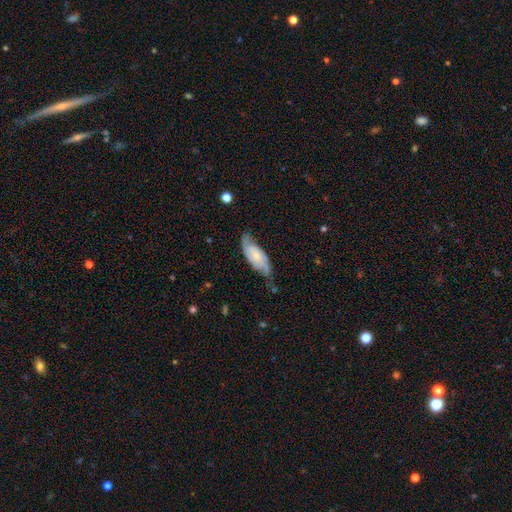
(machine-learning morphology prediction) Smooth or featured: featured or disk — 66% (smooth — 29%)
Edge-on disk: no — 90% (yes — 10%)
Bar: no — 64% (weak — 28%)
Spiral arms: yes — 91% (no — 9%)
Spiral winding: medium — 42% (tight — 36%)
Spiral arm count: 2 — 79% (can't tell — 13%)
Bulge size: small — 59% (moderate — 30%)
Merging: none — 62% (minor disturbance — 27%)